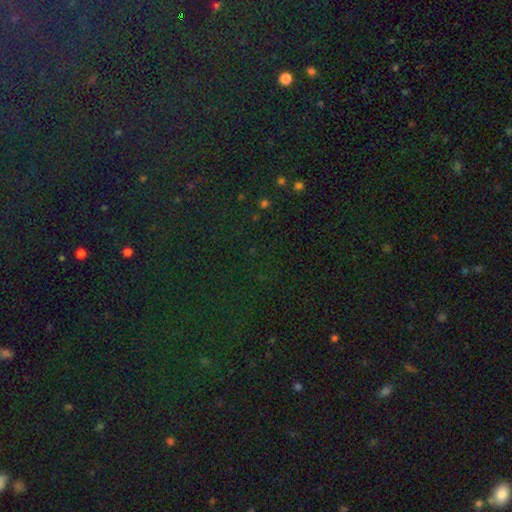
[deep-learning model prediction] A star or artifact, not a galaxy (81%).

Vote fractions:
- Smooth or featured? star or artifact: 81% / smooth: 11% / featured or disk: 7%